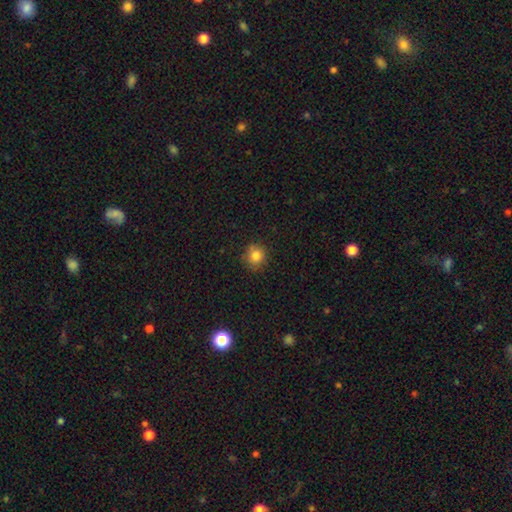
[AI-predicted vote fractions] A smooth galaxy with no disk features (83%) that is round (90%). Merging: none (85%).